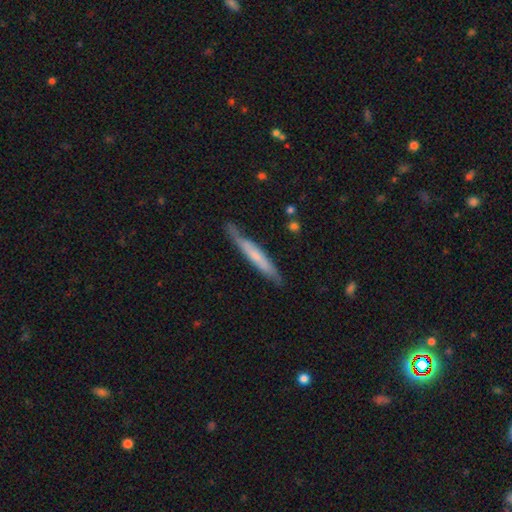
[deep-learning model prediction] Q: Smooth or featured?
A: smooth (49%); runner-up: featured or disk (46%)
Q: Merging?
A: none (75%); runner-up: minor disturbance (19%)